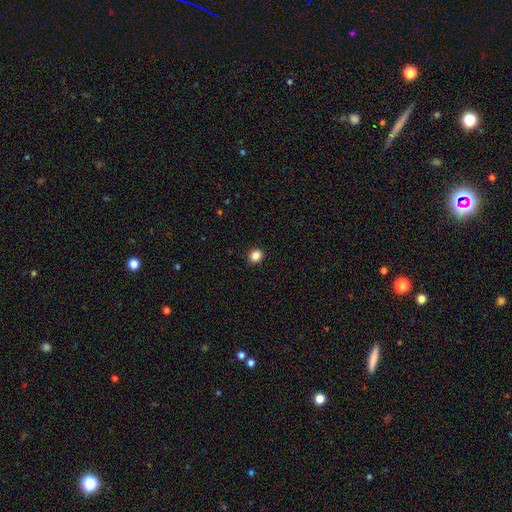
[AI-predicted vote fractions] smooth_or_featured: smooth (p=0.86) [alt: star or artifact p=0.11]
how_rounded: round (p=0.84) [alt: in between p=0.15]
merging: none (p=0.93) [alt: minor disturbance p=0.05]